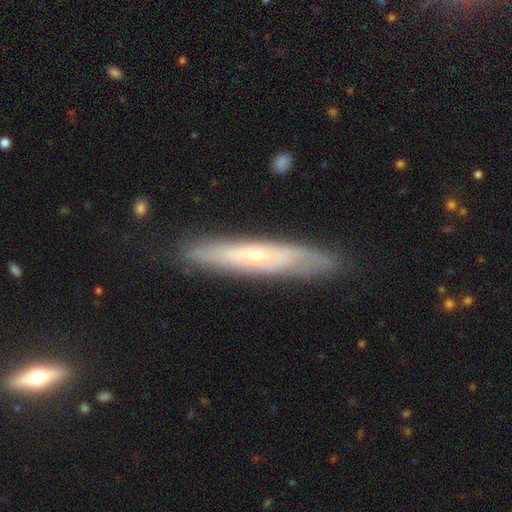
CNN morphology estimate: Overall: featured or disk (65%; smooth 29%). Edge-on disk: yes (57%; no 43%). Merging: none (83%).